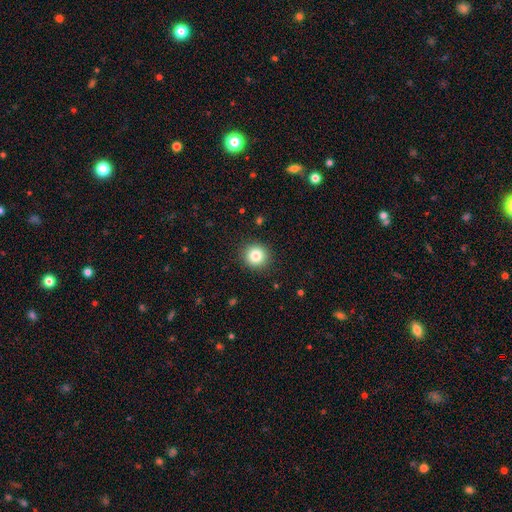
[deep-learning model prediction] This is clearly a smooth galaxy (84%). How rounded: clearly round (93%). Merging: clearly none (91%).